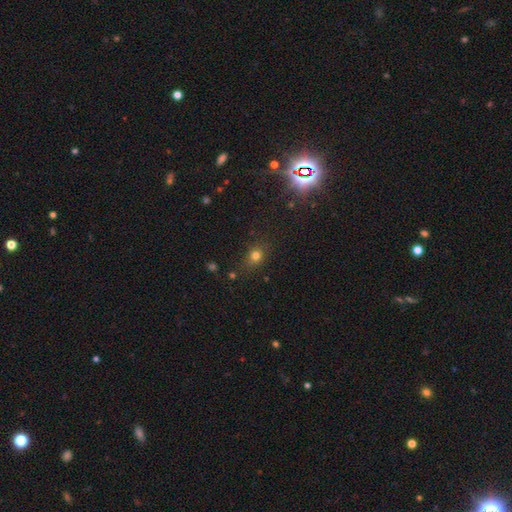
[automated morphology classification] A smooth galaxy with no disk features (74%) that is round (60%).

Vote fractions:
- Smooth or featured? smooth: 74% / star or artifact: 18% / featured or disk: 8%
- How rounded? round: 60% / in between: 38% / cigar-shaped: 2%
- Merging? none: 77% / minor disturbance: 15% / major disturbance: 5% / merger: 3%